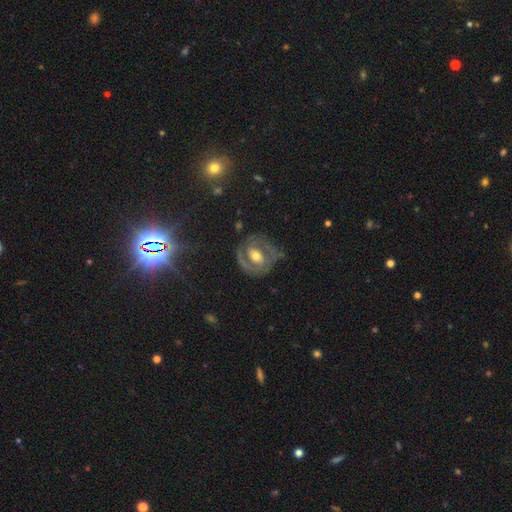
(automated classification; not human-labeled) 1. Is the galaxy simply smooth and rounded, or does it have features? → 80% featured or disk, 13% smooth, 7% star or artifact.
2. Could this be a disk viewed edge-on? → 97% no, 3% yes.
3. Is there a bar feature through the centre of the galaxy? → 40% weak, 38% no, 22% strong.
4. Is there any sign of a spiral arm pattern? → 85% yes, 15% no.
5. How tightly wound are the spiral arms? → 46% tight, 42% medium, 12% loose.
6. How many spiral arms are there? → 78% 2, 10% can't tell, 6% 1, 3% 3, 1% 4, 1% more than 4.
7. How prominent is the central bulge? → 69% moderate, 22% small, 7% large, 1% none, 1% dominant.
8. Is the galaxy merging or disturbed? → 68% none, 19% minor disturbance, 11% major disturbance, 2% merger.